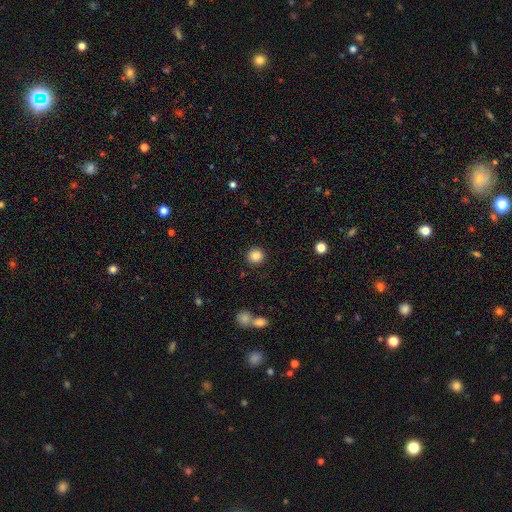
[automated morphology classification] Smooth or featured: smooth — 84% (star or artifact — 10%)
How rounded: round — 92% (in between — 7%)
Merging: none — 90% (minor disturbance — 6%)